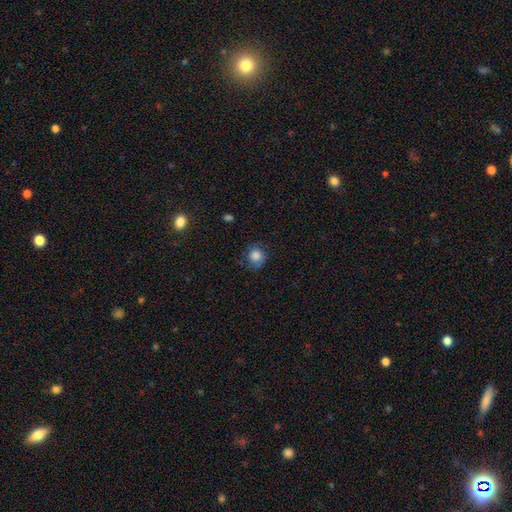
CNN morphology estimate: Q: Smooth or featured?
A: smooth (75%); runner-up: featured or disk (15%)
Q: How rounded?
A: round (83%); runner-up: in between (16%)
Q: Merging?
A: none (70%); runner-up: minor disturbance (21%)